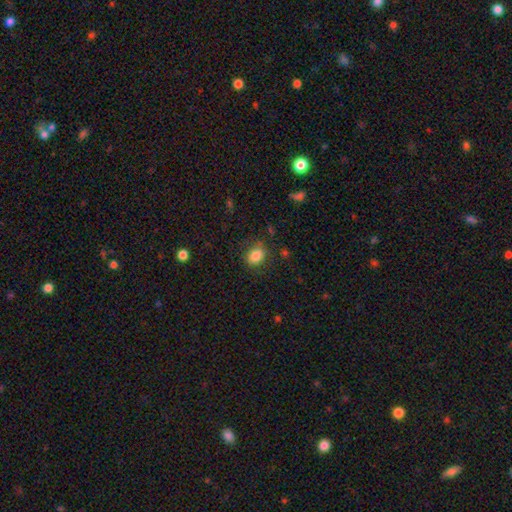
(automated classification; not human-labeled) A smooth galaxy with no disk features (84%) that is in between round and cigar-shaped (60%).

Vote fractions:
- Smooth or featured? smooth: 84% / star or artifact: 10% / featured or disk: 6%
- How rounded? in between: 60% / round: 39% / cigar-shaped: 1%
- Merging? none: 80% / minor disturbance: 14% / major disturbance: 4% / merger: 2%